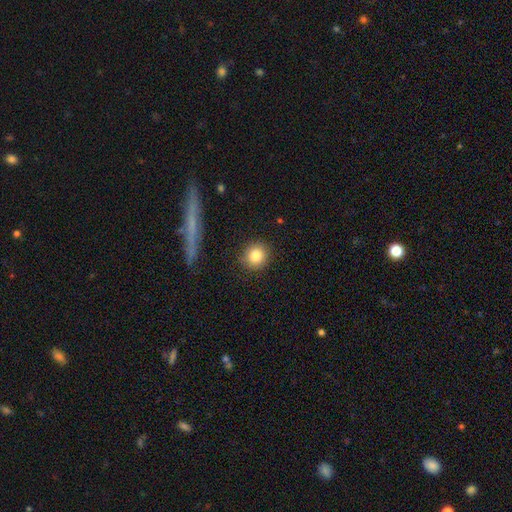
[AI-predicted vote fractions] Smooth or featured: smooth — 83% (star or artifact — 10%)
How rounded: round — 89% (in between — 10%)
Merging: none — 90% (minor disturbance — 7%)